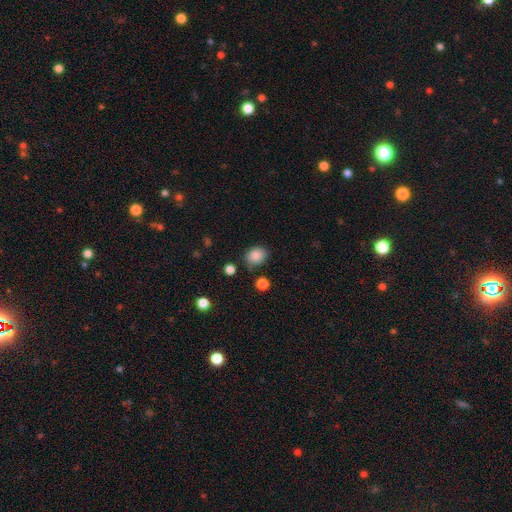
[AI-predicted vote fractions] A smooth galaxy with no disk features (86%) that is round (51%).

Vote fractions:
- Smooth or featured? smooth: 86% / star or artifact: 9% / featured or disk: 4%
- How rounded? round: 51% / in between: 48% / cigar-shaped: 1%
- Merging? none: 77% / minor disturbance: 15% / merger: 4% / major disturbance: 4%